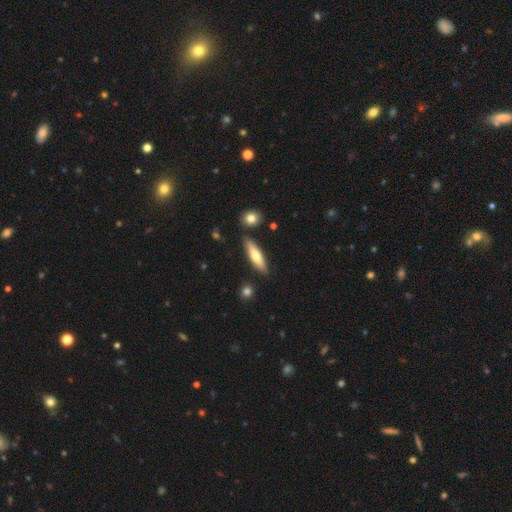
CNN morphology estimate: Smooth or featured? smooth (62%)
How rounded? cigar-shaped (73%)
Merging? none (84%)